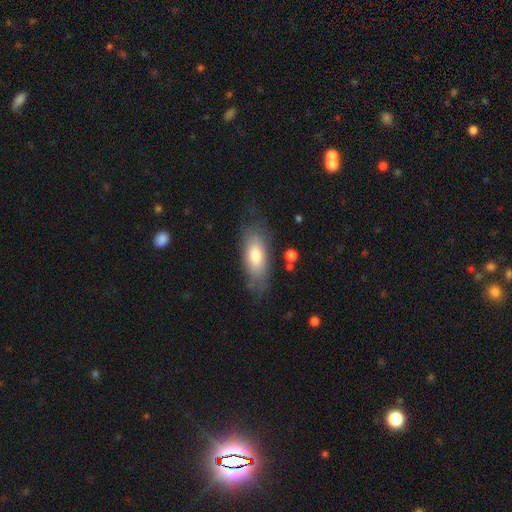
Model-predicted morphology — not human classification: A smooth galaxy with no disk features (69%) that is in between round and cigar-shaped (82%).

Vote fractions:
- Smooth or featured? smooth: 69% / featured or disk: 24% / star or artifact: 6%
- How rounded? in between: 82% / cigar-shaped: 15% / round: 3%
- Merging? none: 68% / minor disturbance: 21% / major disturbance: 9% / merger: 2%